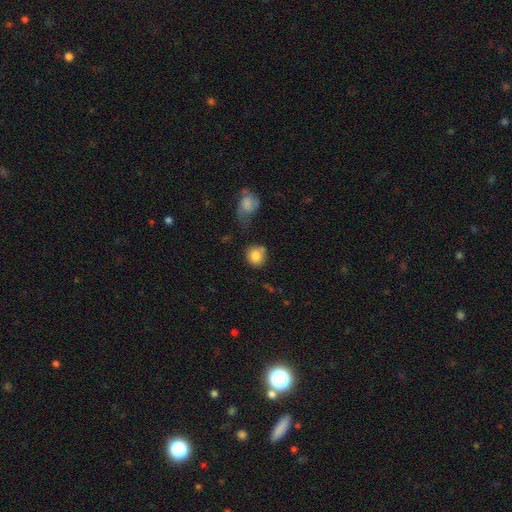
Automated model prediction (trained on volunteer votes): Smooth or featured: smooth — 84% (star or artifact — 8%)
How rounded: round — 83% (in between — 16%)
Merging: none — 63% (minor disturbance — 18%)